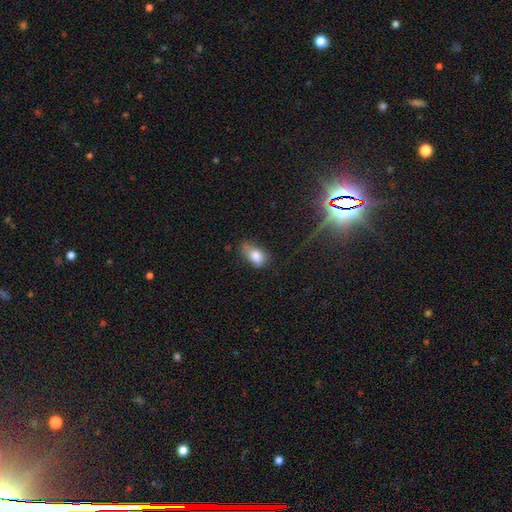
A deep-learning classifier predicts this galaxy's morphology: A smooth galaxy with no disk features (79%) that is in between round and cigar-shaped (87%).

Vote fractions:
- Smooth or featured? smooth: 79% / featured or disk: 12% / star or artifact: 10%
- How rounded? in between: 87% / round: 11% / cigar-shaped: 3%
- Merging? none: 40% / minor disturbance: 39% / major disturbance: 17% / merger: 4%